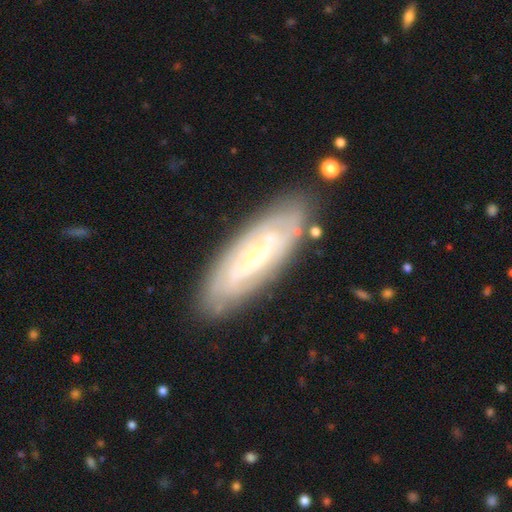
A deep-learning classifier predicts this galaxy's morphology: This appears to be a featured or disk galaxy (73%) with no bar (62%), spiral arms (78%) and a small central bulge (71%). Merging: none (82%).